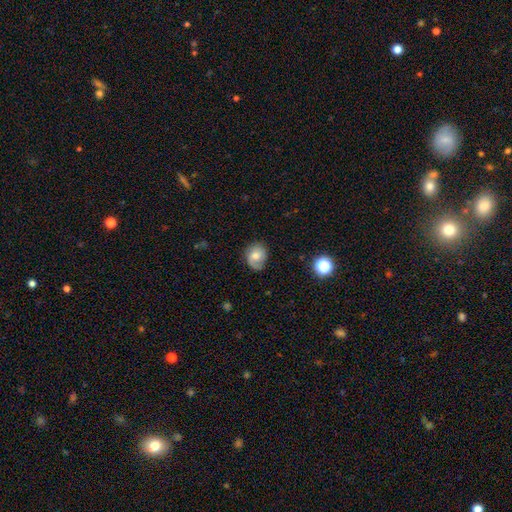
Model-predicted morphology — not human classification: smooth-or-featured: smooth: 53% | featured or disk: 38% | star or artifact: 9%
  how-rounded: round: 60% | in between: 39% | cigar-shaped: 1%
  merging: none: 67% | minor disturbance: 24% | major disturbance: 8% | merger: 1%